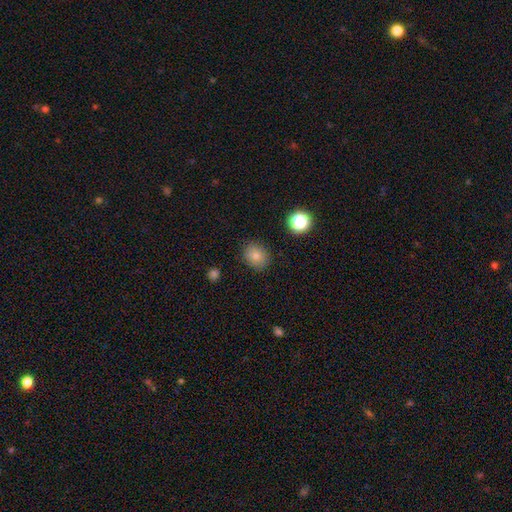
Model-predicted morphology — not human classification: This is clearly a smooth galaxy (81%). How rounded: likely round (62%). Merging: clearly none (86%).